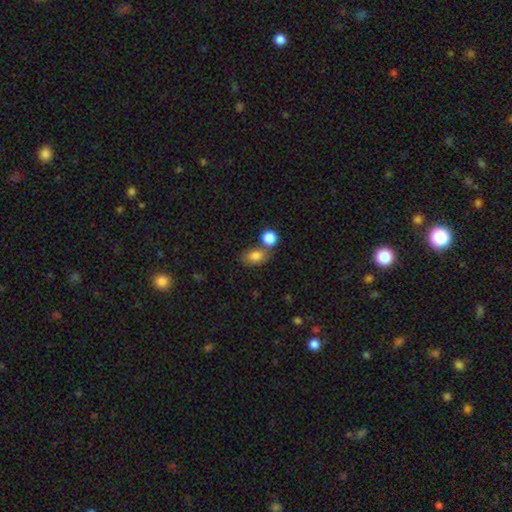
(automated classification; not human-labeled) Smooth or featured? Predicted: smooth (p=0.81). How rounded? Predicted: in between (p=0.74). Merging? Predicted: none (p=0.55).